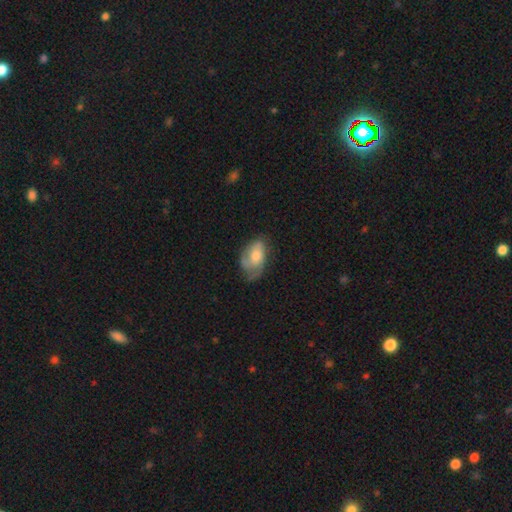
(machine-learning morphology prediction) smooth 47%, featured or disk 46%, star or artifact 7%. Down the decision tree: merging — none (47%).